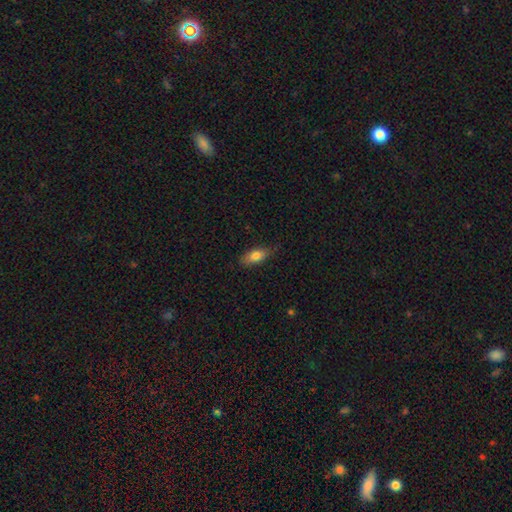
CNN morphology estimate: A smooth galaxy with no disk features (78%) that is in between round and cigar-shaped (81%). Merging: none (76%).